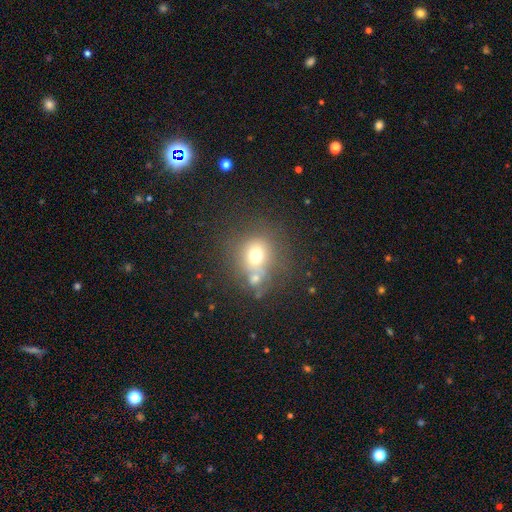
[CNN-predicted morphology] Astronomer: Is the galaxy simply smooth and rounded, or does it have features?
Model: smooth — 68%.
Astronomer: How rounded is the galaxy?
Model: round — 81%.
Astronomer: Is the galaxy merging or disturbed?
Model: none — 51% (runner-up: merger, 29%).